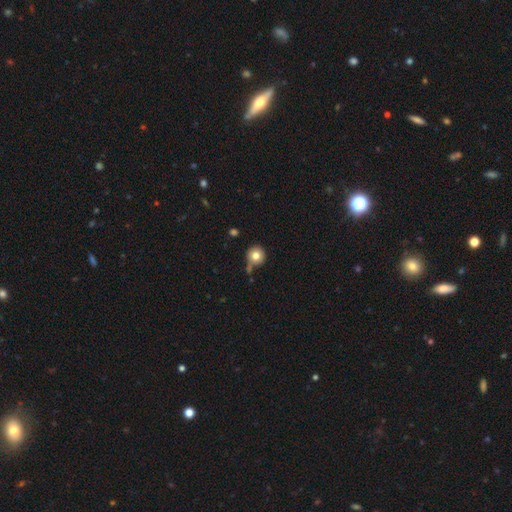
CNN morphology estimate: smooth_or_featured: smooth (p=0.79) [alt: featured or disk p=0.10]
how_rounded: round (p=0.93) [alt: in between p=0.06]
merging: none (p=0.65) [alt: minor disturbance p=0.18]